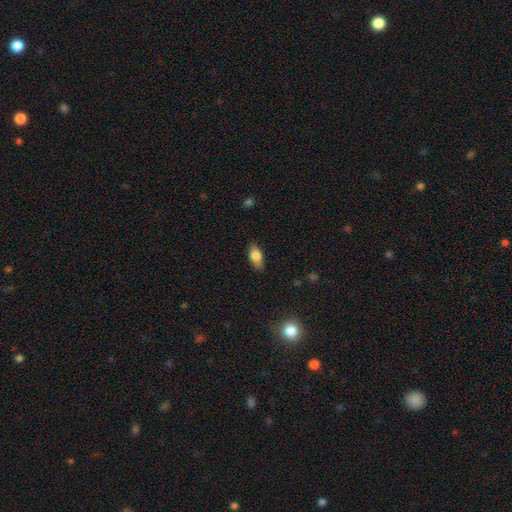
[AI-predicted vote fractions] Smooth or featured? smooth (77%)
How rounded? in between (85%)
Merging? none (84%)